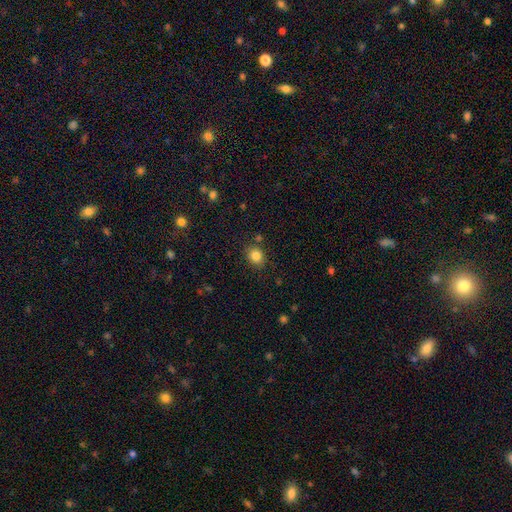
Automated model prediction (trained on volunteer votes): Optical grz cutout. It shows a smooth galaxy with no disk features (84%) that is round (64%). Merging: none (82%).